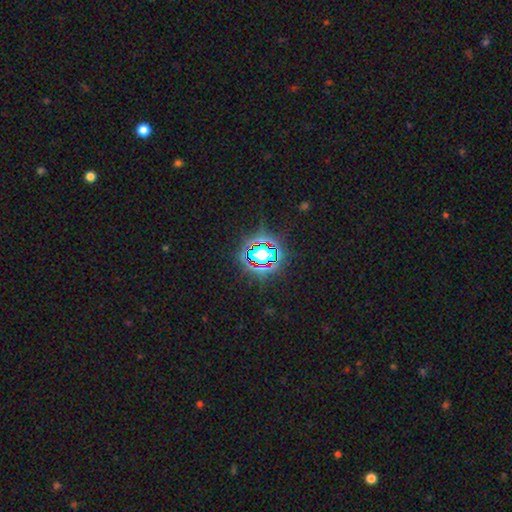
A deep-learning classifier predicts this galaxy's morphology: This is likely a star or artifact rather than a galaxy (73%).